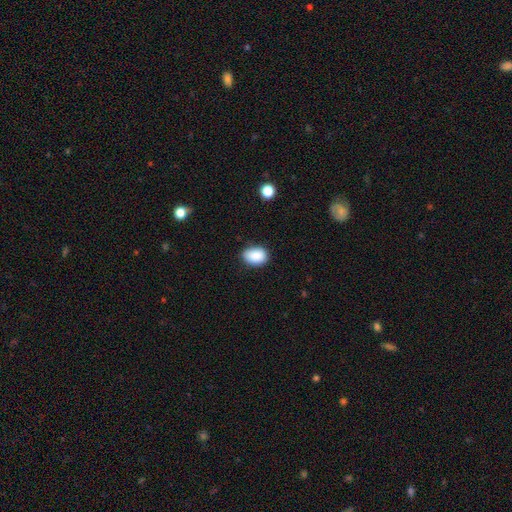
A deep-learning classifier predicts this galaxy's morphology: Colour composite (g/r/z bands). It shows a smooth galaxy with no disk features (89%) that is in between round and cigar-shaped (80%). Merging: none (81%).